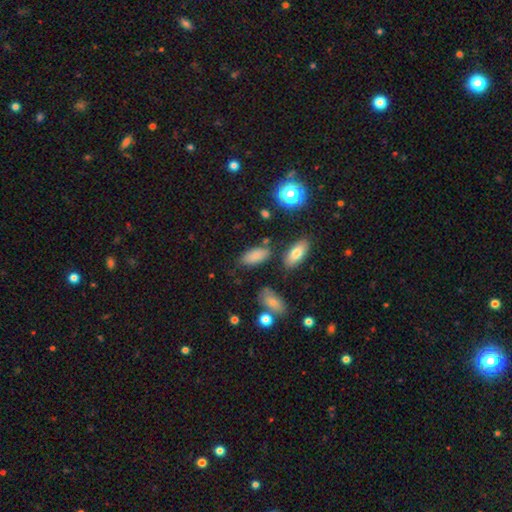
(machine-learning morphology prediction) Smooth or featured? smooth (81%)
How rounded? in between (90%)
Merging? none (72%)